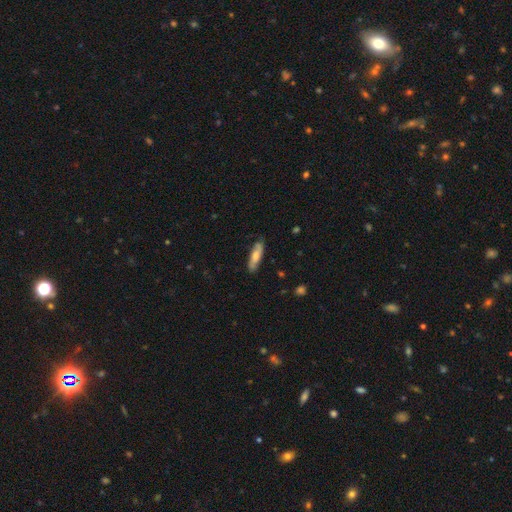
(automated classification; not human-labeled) smooth 63%, featured or disk 30%, star or artifact 6%. Down the decision tree: how rounded — cigar-shaped (63%); merging — none (79%).